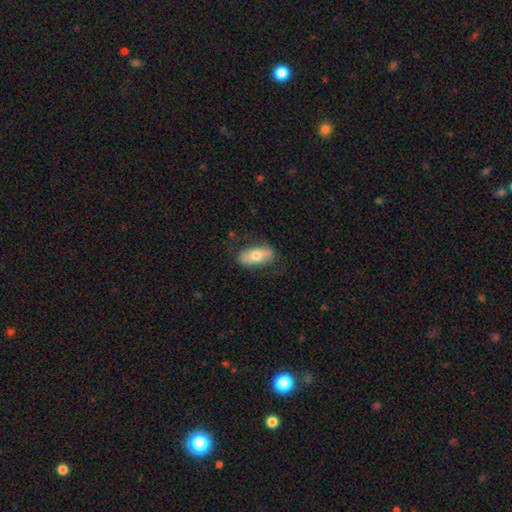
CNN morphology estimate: smooth-or-featured: smooth: 66% | featured or disk: 28% | star or artifact: 6%
  how-rounded: in between: 88% | cigar-shaped: 8% | round: 4%
  merging: none: 75% | minor disturbance: 18% | major disturbance: 6% | merger: 1%